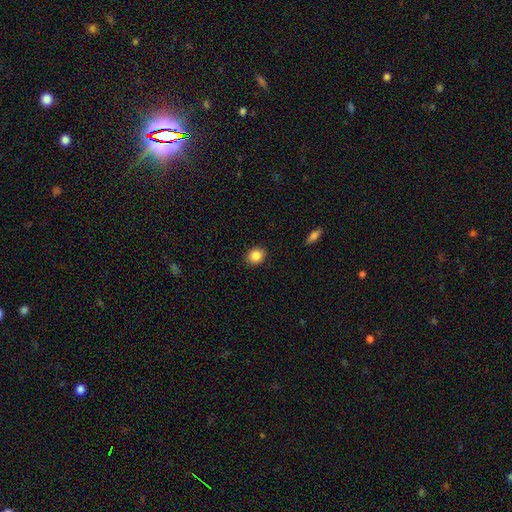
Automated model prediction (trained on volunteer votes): A smooth galaxy with no disk features (86%) that is round (59%). Merging: none (89%).